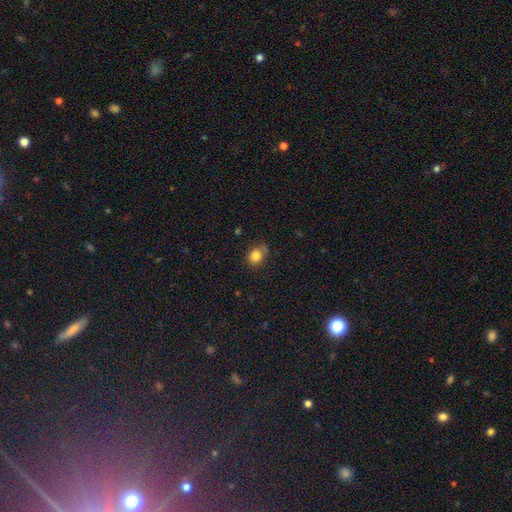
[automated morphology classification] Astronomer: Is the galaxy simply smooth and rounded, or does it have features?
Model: smooth — 83%.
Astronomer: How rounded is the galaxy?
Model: round — 77%.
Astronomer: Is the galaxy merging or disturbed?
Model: none — 65%.